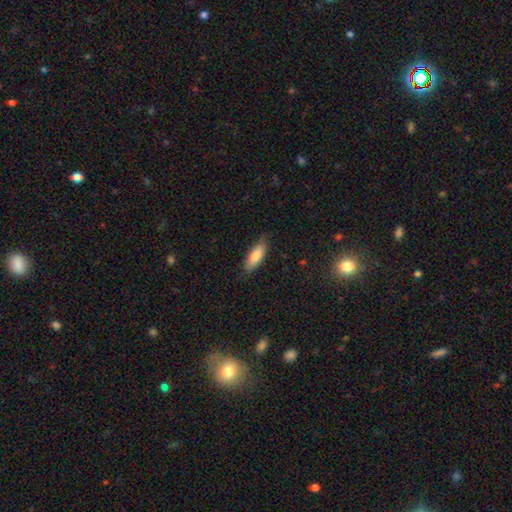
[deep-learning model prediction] This is likely a smooth galaxy (80%). How rounded: likely in between (64%). Merging: likely none (80%).